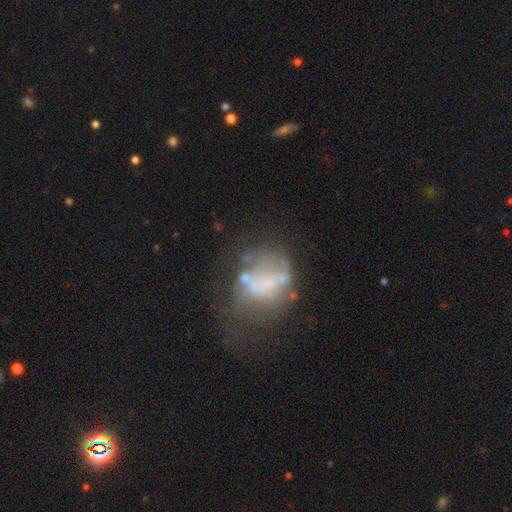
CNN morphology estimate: smooth-or-featured: featured or disk: 53% | smooth: 31% | star or artifact: 16%
  disk-edge-on: no: 97% | yes: 3%
    bar: no: 79% | weak: 15% | strong: 6%
    has-spiral-arms: no: 88% | yes: 12%
    bulge-size: none: 62% | small: 19% | moderate: 13% | large: 4% | dominant: 2%
  merging: major disturbance: 36% | none: 28% | minor disturbance: 20% | merger: 15%